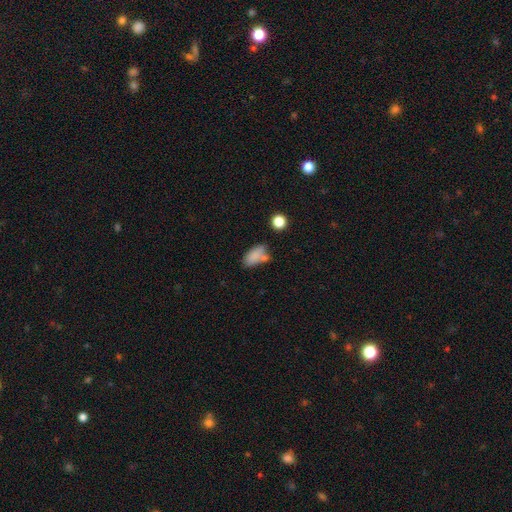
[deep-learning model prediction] A smooth galaxy with no disk features (80%) that is in between round and cigar-shaped (88%).

Vote fractions:
- Smooth or featured? smooth: 80% / star or artifact: 10% / featured or disk: 10%
- How rounded? in between: 88% / cigar-shaped: 6% / round: 5%
- Merging? none: 51% / minor disturbance: 21% / merger: 21% / major disturbance: 8%